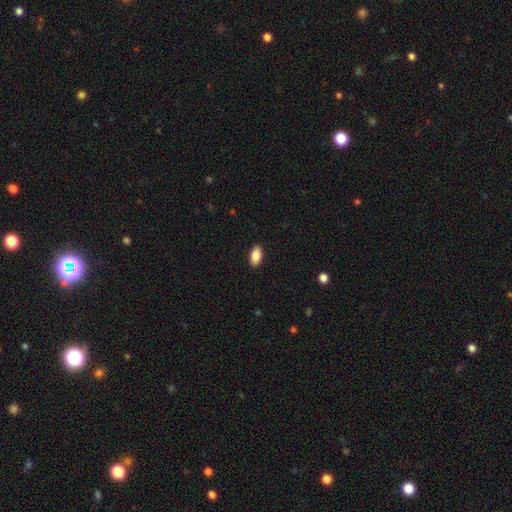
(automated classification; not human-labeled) This appears to be a smooth galaxy with no disk features (86%) that is in between round and cigar-shaped (92%). Merging: none (89%).